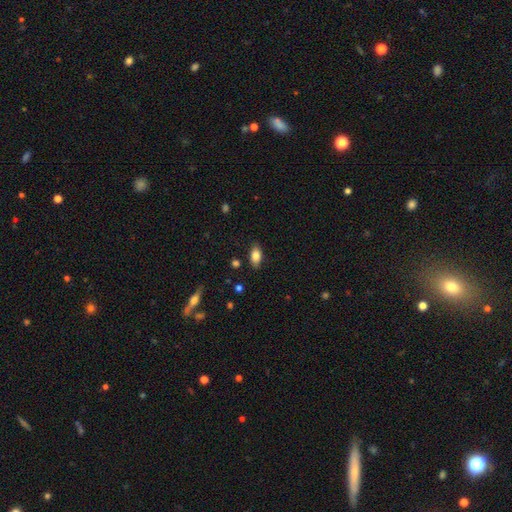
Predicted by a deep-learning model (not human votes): Smooth or featured? Predicted: smooth (p=0.83). How rounded? Predicted: in between (p=0.90). Merging? Predicted: none (p=0.85).